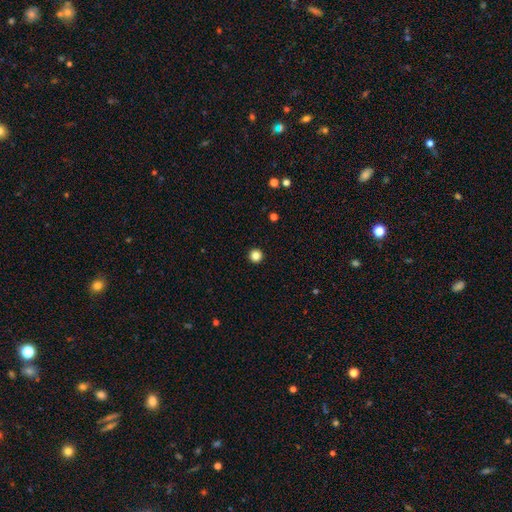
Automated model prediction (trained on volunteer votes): Smooth or featured? smooth (85%)
How rounded? round (96%)
Merging? none (94%)